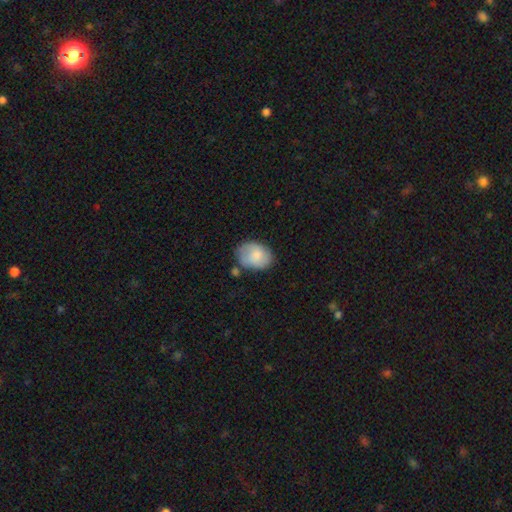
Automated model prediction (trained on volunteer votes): This is likely a smooth galaxy (72%). How rounded: likely in between (70%). Merging: possibly none (58%).